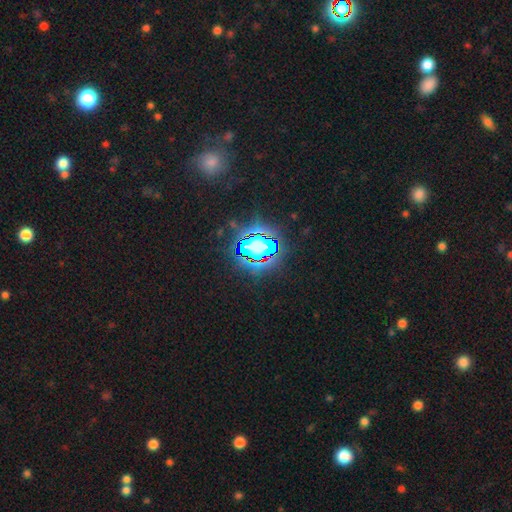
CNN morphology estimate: smooth_or_featured: star or artifact (p=0.81) [alt: smooth p=0.11]